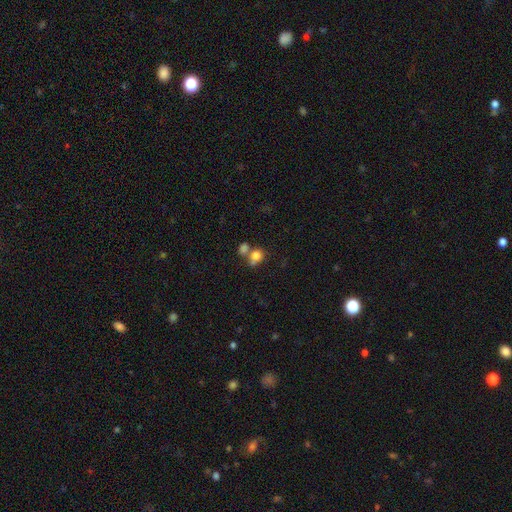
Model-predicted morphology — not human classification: Q: Smooth or featured?
A: smooth (78%); runner-up: star or artifact (11%)
Q: How rounded?
A: round (68%); runner-up: in between (31%)
Q: Merging?
A: merger (47%); runner-up: none (37%)